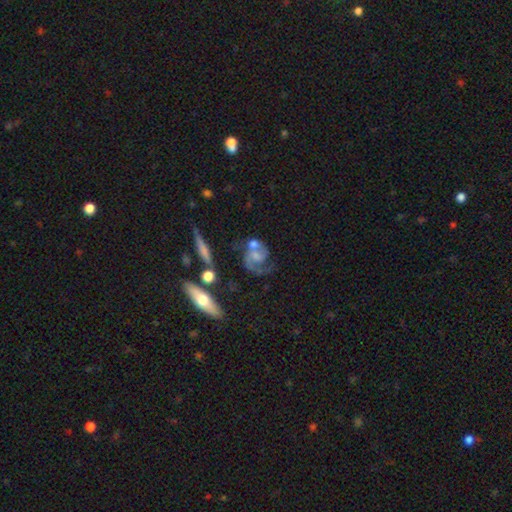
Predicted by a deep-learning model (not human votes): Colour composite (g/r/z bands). It shows a featured or disk galaxy (78%) with no bar (54%), 2 (69%) medium (49%) spiral arms (92%) and a moderate central bulge (32%). Merging: none (39%).